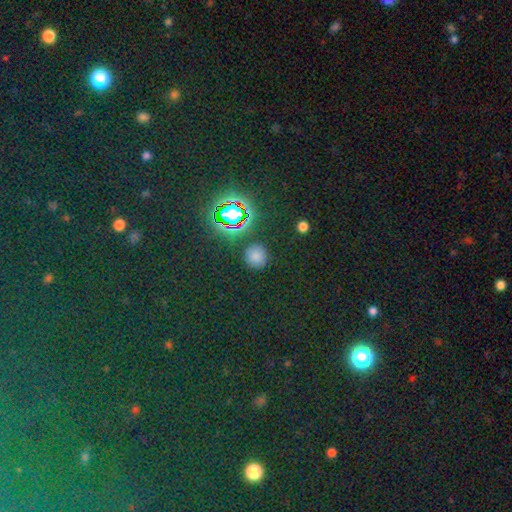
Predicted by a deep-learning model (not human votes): Smooth or featured? Predicted: smooth (p=0.67). How rounded? Predicted: round (p=0.92). Merging? Predicted: none (p=0.88).